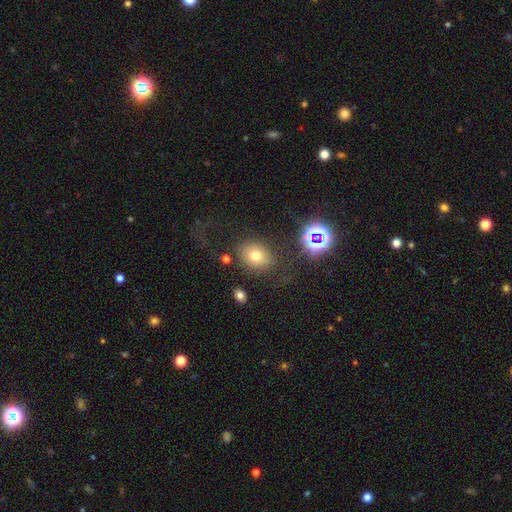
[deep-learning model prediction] smooth-or-featured: smooth: 71% | star or artifact: 16% | featured or disk: 13%
  how-rounded: round: 50% | in between: 49% | cigar-shaped: 1%
  merging: none: 74% | minor disturbance: 12% | major disturbance: 9% | merger: 4%